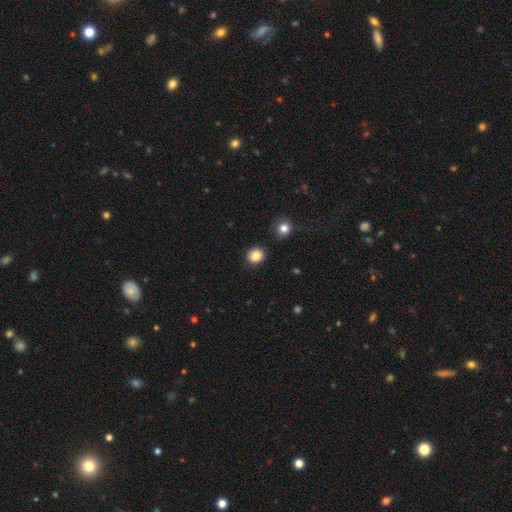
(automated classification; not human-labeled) A smooth galaxy with no disk features (85%) that is round (87%). Merging: none (91%).